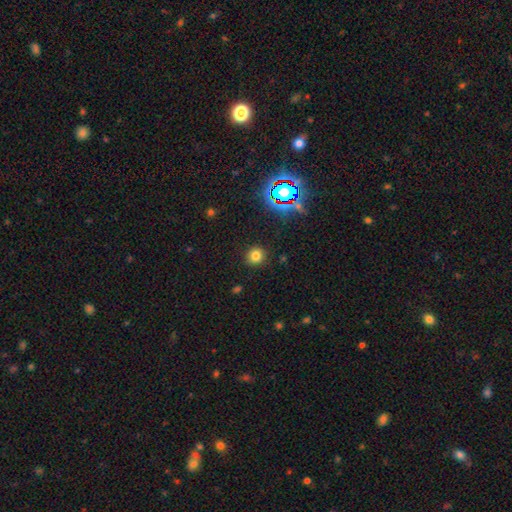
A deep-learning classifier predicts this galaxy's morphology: Smooth or featured: smooth — 75% (star or artifact — 18%)
How rounded: round — 87% (in between — 12%)
Merging: none — 89% (minor disturbance — 7%)